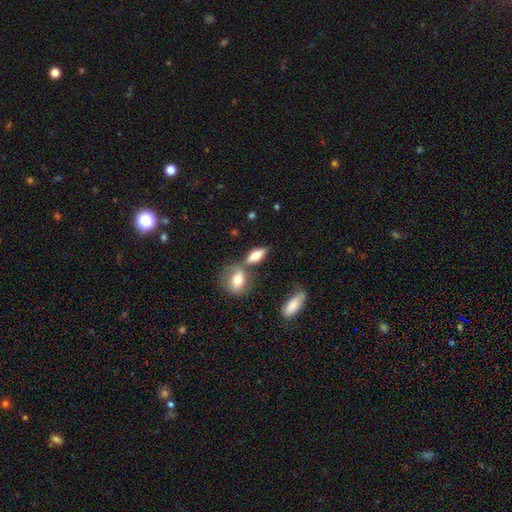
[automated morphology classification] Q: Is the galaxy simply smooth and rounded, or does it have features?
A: smooth — 60%.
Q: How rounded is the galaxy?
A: in between — 68%.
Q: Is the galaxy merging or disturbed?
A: none — 59%.